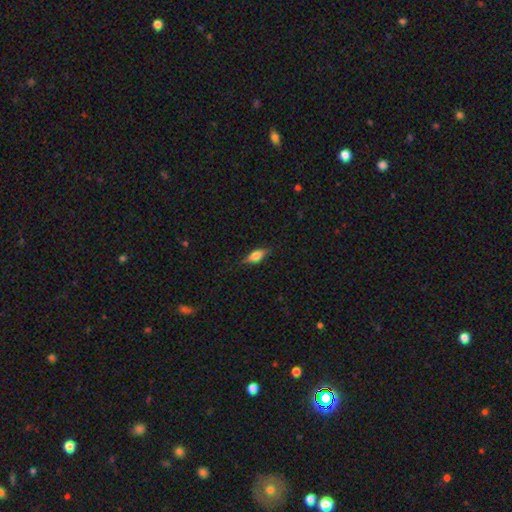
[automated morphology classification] This is possibly a smooth galaxy (55%). How rounded: likely in between (68%). Merging: clearly none (82%).